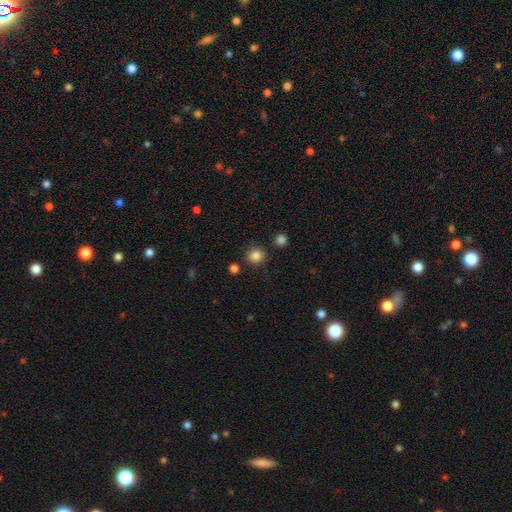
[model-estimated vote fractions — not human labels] smooth-or-featured: smooth: 85% | star or artifact: 11% | featured or disk: 4%
  how-rounded: round: 85% | in between: 14% | cigar-shaped: 1%
  merging: none: 84% | minor disturbance: 9% | merger: 4% | major disturbance: 3%